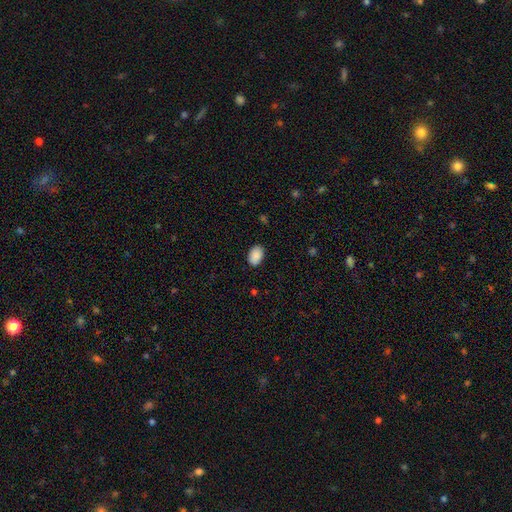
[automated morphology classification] Smooth or featured: smooth — 90% (star or artifact — 7%)
How rounded: in between — 89% (round — 10%)
Merging: none — 88% (minor disturbance — 9%)